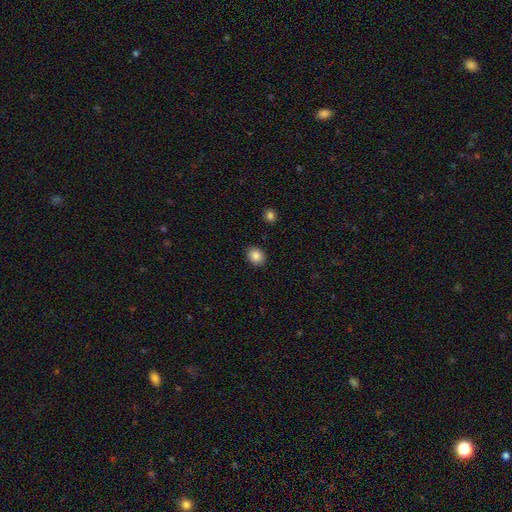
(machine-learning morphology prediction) Smooth or featured: smooth — 85% (star or artifact — 9%)
How rounded: round — 56% (in between — 43%)
Merging: none — 88% (minor disturbance — 9%)